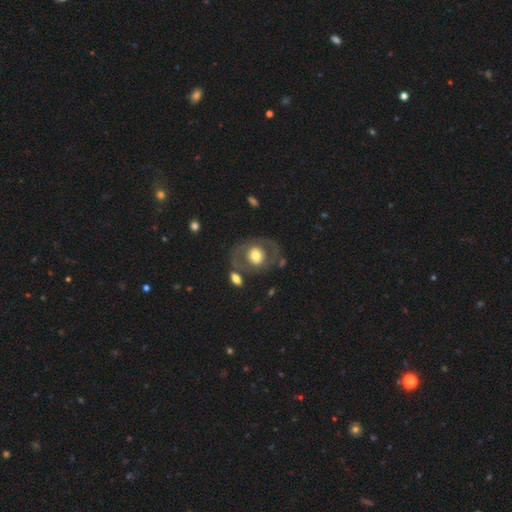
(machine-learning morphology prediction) Smooth or featured: featured or disk — 47% (smooth — 46%)
Merging: none — 66% (minor disturbance — 15%)